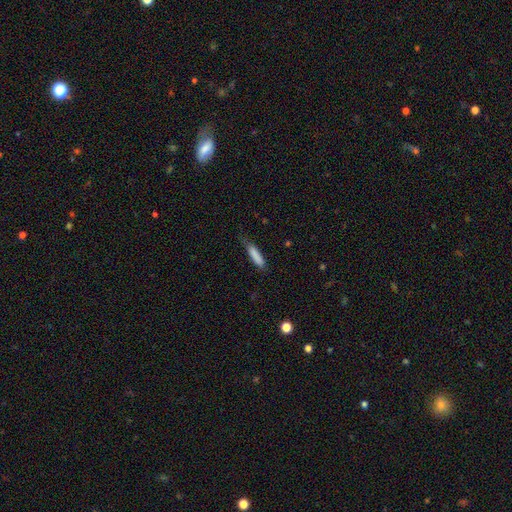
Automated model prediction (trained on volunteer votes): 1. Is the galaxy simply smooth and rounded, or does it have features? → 84% smooth, 10% featured or disk, 6% star or artifact.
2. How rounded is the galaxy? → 79% cigar-shaped, 20% in between, 1% round.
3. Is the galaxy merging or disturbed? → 58% none, 32% minor disturbance, 8% major disturbance, 2% merger.